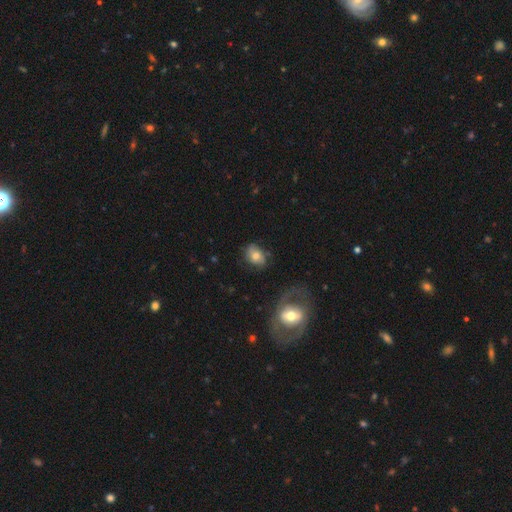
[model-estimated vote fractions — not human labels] Smooth or featured? smooth (56%)
How rounded? in between (66%)
Merging? none (60%)